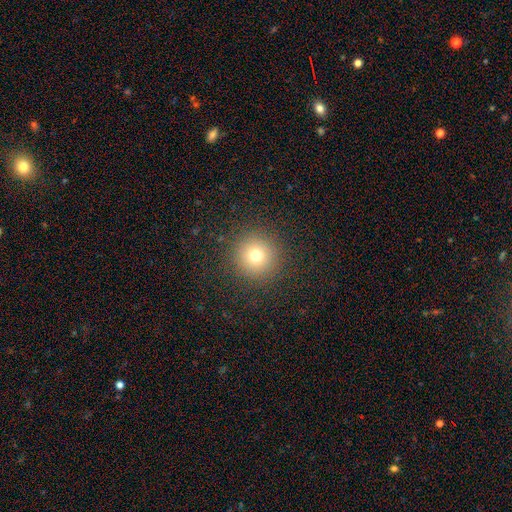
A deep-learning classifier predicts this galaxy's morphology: type=smooth (74%); roundness=round (96%); merging=none (90%).